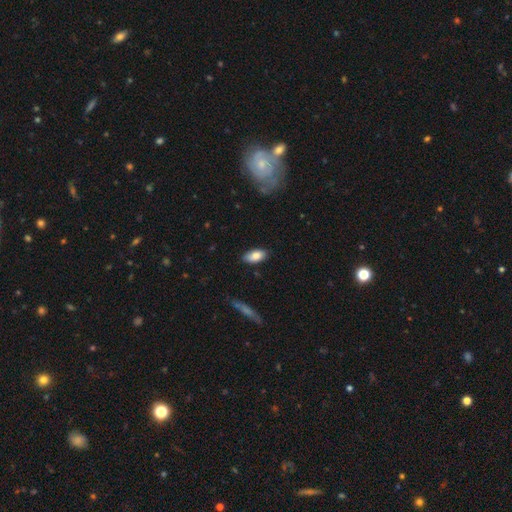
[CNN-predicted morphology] This appears to be a smooth galaxy with no disk features (82%) that is in between round and cigar-shaped (92%). Merging: none (84%).